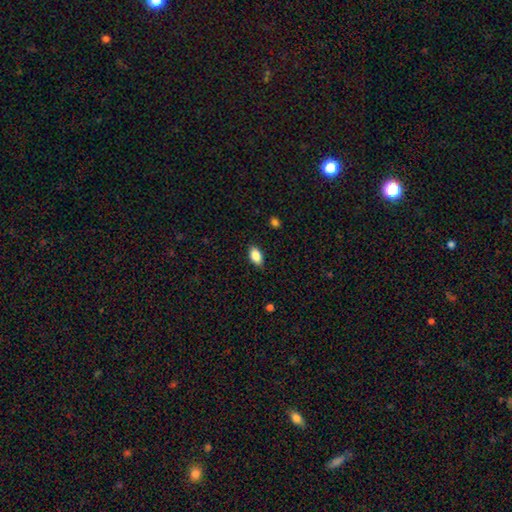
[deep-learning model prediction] Morphology: type=smooth (87%); roundness=in between (91%); merging=none (85%).